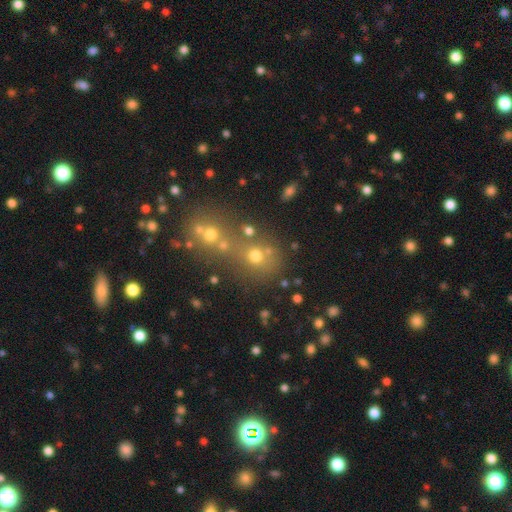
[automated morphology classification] A smooth galaxy with no disk features (59%) that is round (79%).

Vote fractions:
- Smooth or featured? smooth: 59% / star or artifact: 26% / featured or disk: 16%
- How rounded? round: 79% / in between: 20% / cigar-shaped: 2%
- Merging? none: 50% / merger: 35% / minor disturbance: 9% / major disturbance: 6%